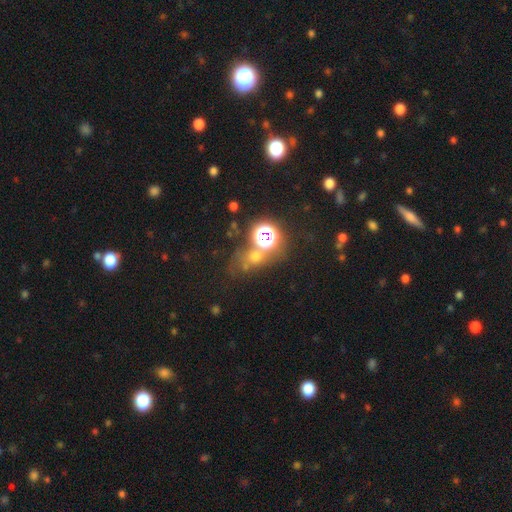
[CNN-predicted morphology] Q: Smooth or featured?
A: star or artifact (45%); runner-up: smooth (44%)